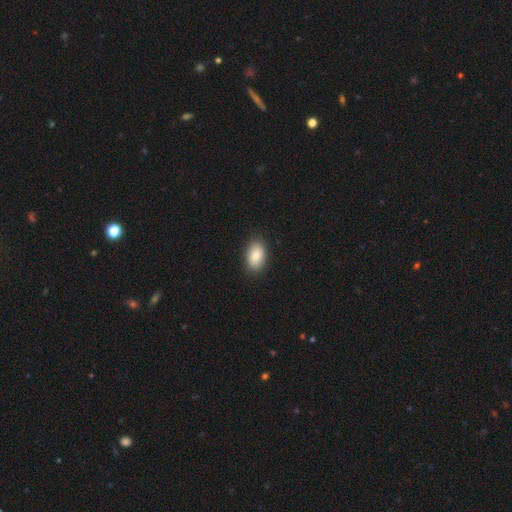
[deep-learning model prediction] Overall: smooth (86%). How rounded: in between (91%). Merging: none (88%).